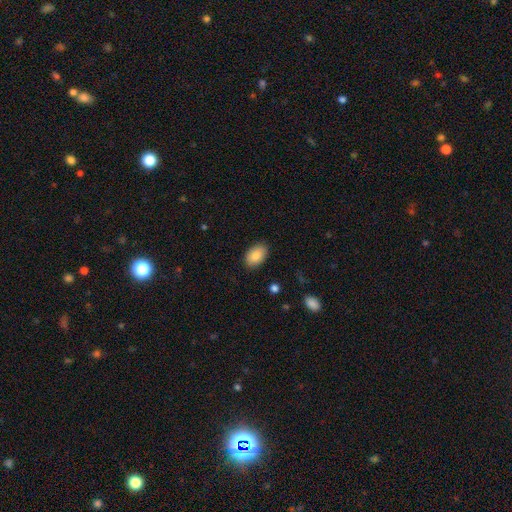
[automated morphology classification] Q: Smooth or featured?
A: smooth (87%); runner-up: star or artifact (7%)
Q: How rounded?
A: in between (91%); runner-up: round (8%)
Q: Merging?
A: none (87%); runner-up: minor disturbance (10%)